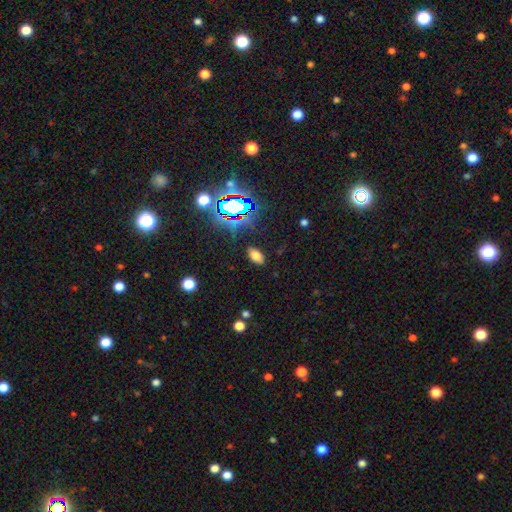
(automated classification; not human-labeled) smooth-or-featured: smooth: 68% | star or artifact: 23% | featured or disk: 9%
  how-rounded: in between: 91% | round: 7% | cigar-shaped: 3%
  merging: none: 87% | minor disturbance: 9% | major disturbance: 3% | merger: 2%